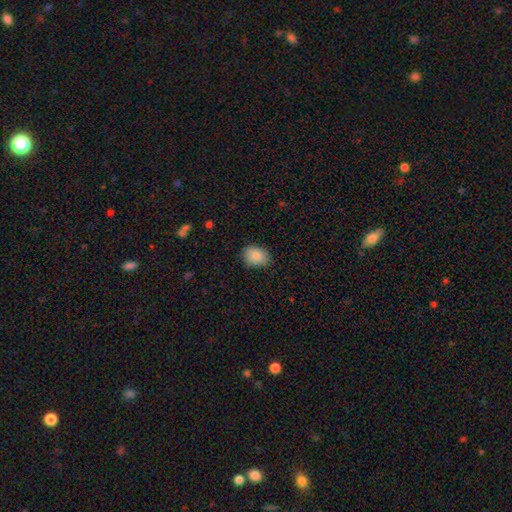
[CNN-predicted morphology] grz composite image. It shows a smooth galaxy with no disk features (88%) that is in between round and cigar-shaped (63%). Merging: none (80%).